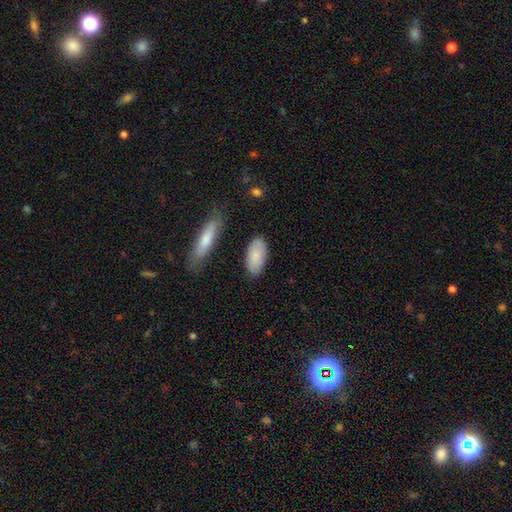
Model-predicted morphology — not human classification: This appears to be a smooth galaxy with no disk features (83%) that is in between round and cigar-shaped (90%). Merging: none (81%).